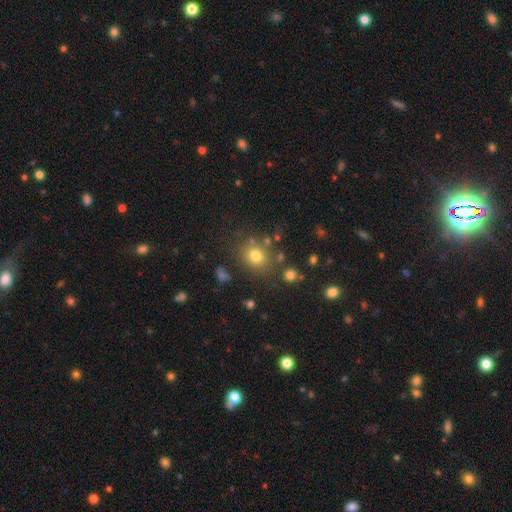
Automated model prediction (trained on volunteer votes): smooth-or-featured: smooth: 75% | star or artifact: 16% | featured or disk: 9%
  how-rounded: round: 73% | in between: 26% | cigar-shaped: 1%
  merging: none: 78% | minor disturbance: 11% | merger: 6% | major disturbance: 5%